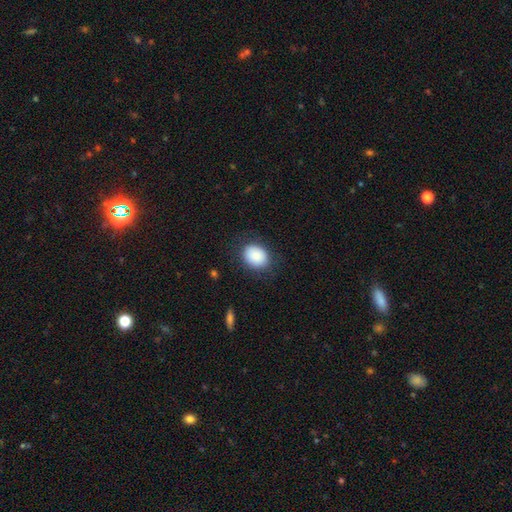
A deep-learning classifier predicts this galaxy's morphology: This appears to be a smooth galaxy with no disk features (87%) that is in between round and cigar-shaped (51%). Merging: none (82%).